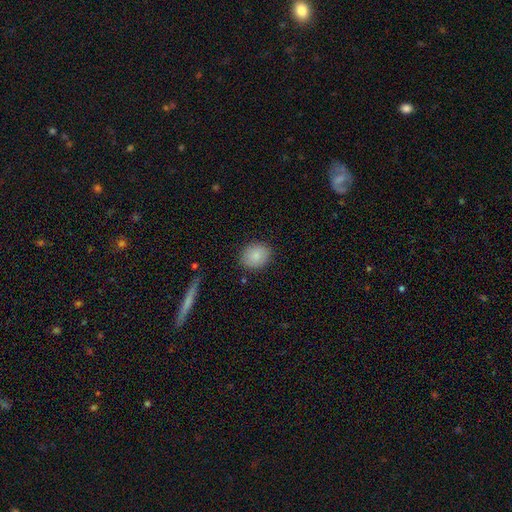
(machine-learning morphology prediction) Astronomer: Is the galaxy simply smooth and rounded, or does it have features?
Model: smooth — 86%.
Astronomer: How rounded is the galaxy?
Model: round — 60% (runner-up: in between, 39%).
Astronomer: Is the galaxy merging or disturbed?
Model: none — 87%.